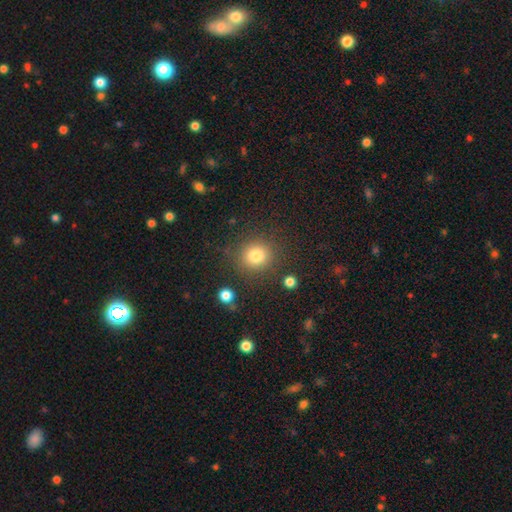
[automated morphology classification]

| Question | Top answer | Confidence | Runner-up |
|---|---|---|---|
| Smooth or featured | smooth | 81% | star or artifact (12%) |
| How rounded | round | 88% | in between (11%) |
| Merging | none | 84% | minor disturbance (9%) |